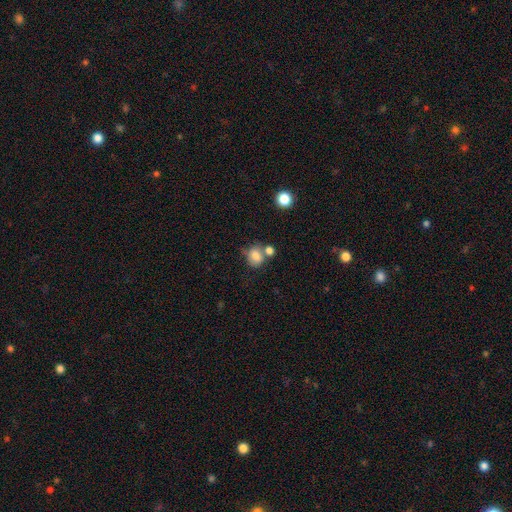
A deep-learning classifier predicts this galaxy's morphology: type=smooth (79%); roundness=round (66%); merging=none (47%).